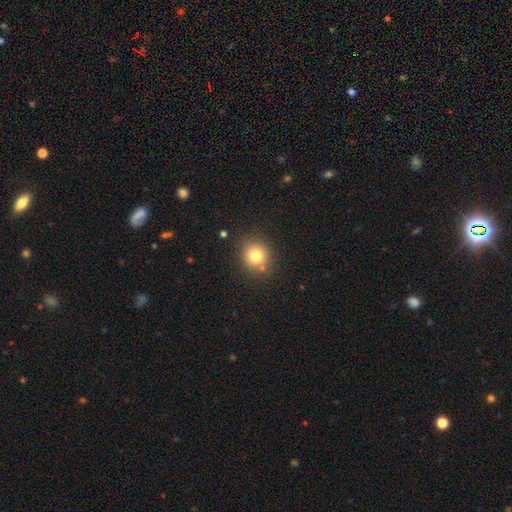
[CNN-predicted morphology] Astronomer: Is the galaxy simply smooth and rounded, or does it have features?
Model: smooth — 77%.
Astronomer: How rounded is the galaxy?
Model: round — 88%.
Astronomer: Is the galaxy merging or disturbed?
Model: none — 80%.